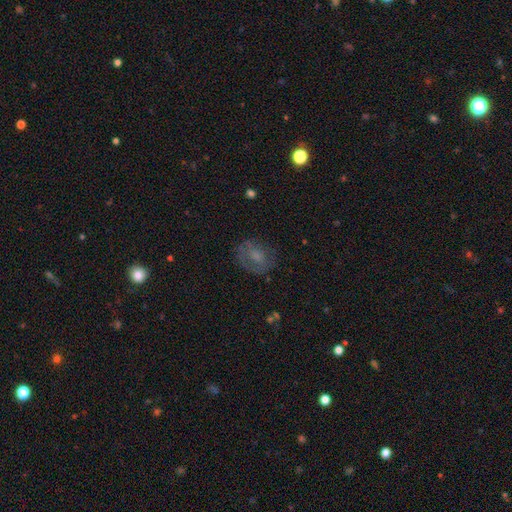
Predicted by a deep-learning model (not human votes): Smooth or featured: smooth — 47% (featured or disk — 39%)
Merging: none — 66% (minor disturbance — 20%)